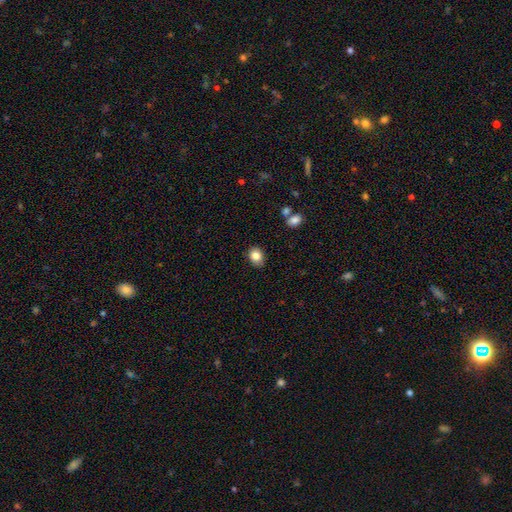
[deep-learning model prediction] smooth-or-featured: smooth: 84% | star or artifact: 10% | featured or disk: 7%
  how-rounded: in between: 57% | round: 42% | cigar-shaped: 1%
  merging: none: 83% | minor disturbance: 13% | major disturbance: 3% | merger: 2%